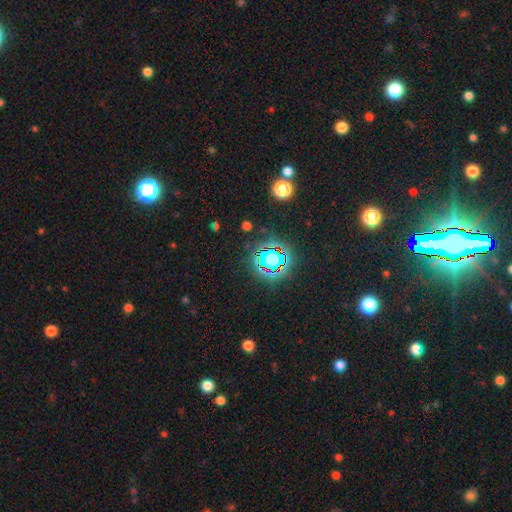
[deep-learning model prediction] smooth-or-featured: star or artifact: 83% | smooth: 10% | featured or disk: 7%